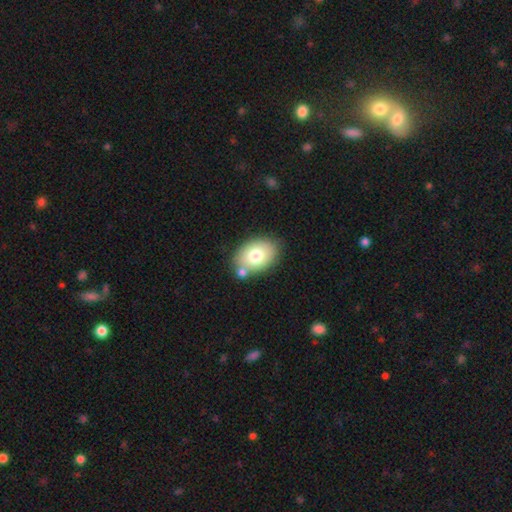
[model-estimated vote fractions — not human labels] The model was most divided on "merging": none: 68%, minor disturbance: 14%, merger: 14%, major disturbance: 4%. More confident: how rounded — in between (82%); smooth or featured — smooth (75%).